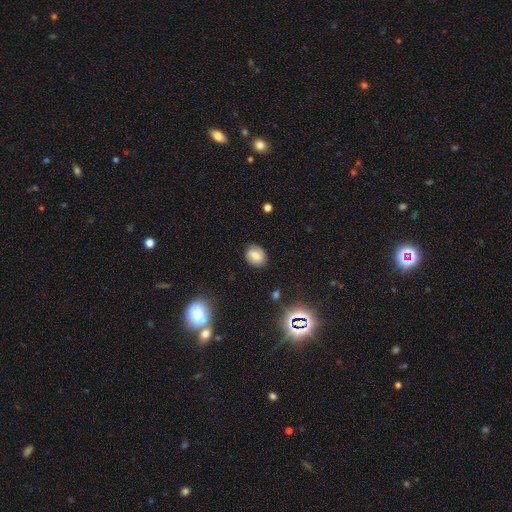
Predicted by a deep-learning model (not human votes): smooth-or-featured: smooth: 60% | featured or disk: 28% | star or artifact: 12%
  how-rounded: in between: 51% | round: 48% | cigar-shaped: 1%
  merging: none: 81% | minor disturbance: 14% | major disturbance: 3% | merger: 1%